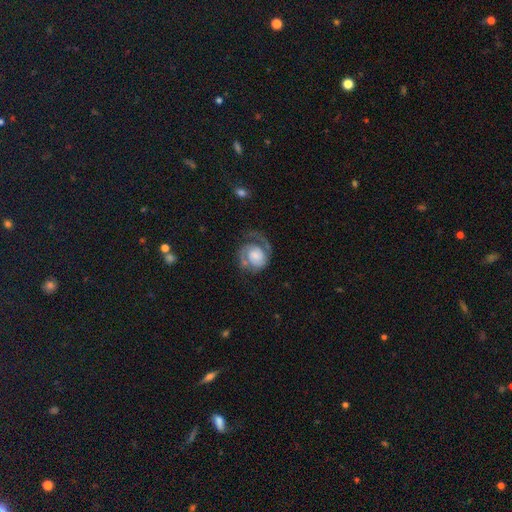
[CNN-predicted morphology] A featured or disk galaxy (80%) with no bar (67%), 2 (64%) tight (46%) spiral arms (95%) and a small central bulge (33%). Merging: none (55%).